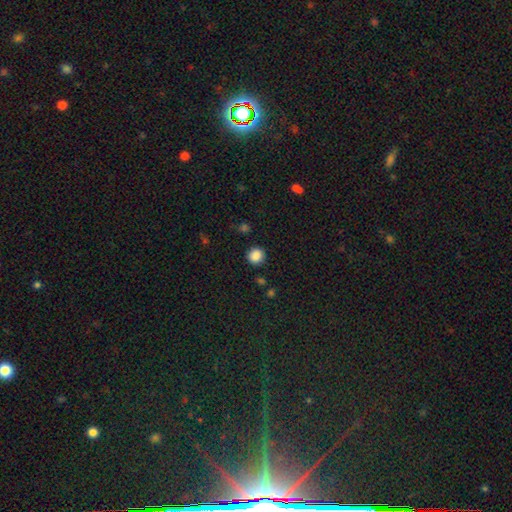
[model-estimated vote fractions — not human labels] Smooth or featured? Predicted: smooth (p=0.87). How rounded? Predicted: round (p=0.90). Merging? Predicted: none (p=0.88).